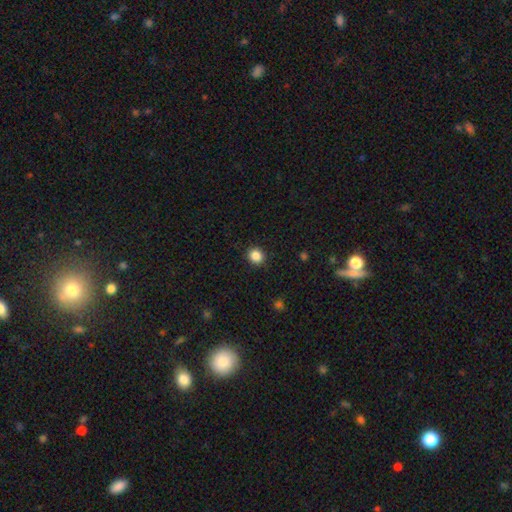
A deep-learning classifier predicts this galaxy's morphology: Q: Smooth or featured?
A: smooth (86%); runner-up: star or artifact (10%)
Q: How rounded?
A: round (81%); runner-up: in between (18%)
Q: Merging?
A: none (91%); runner-up: minor disturbance (6%)